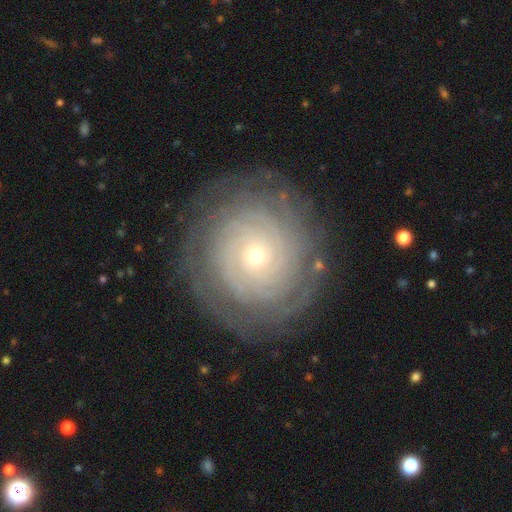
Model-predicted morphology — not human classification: Smooth or featured: featured or disk — 80% (smooth — 12%)
Edge-on disk: no — 97% (yes — 3%)
Bar: no — 83% (weak — 12%)
Spiral arms: yes — 95% (no — 5%)
Spiral winding: tight — 89% (medium — 9%)
Spiral arm count: can't tell — 37% (more than 4 — 16%)
Bulge size: small — 72% (moderate — 24%)
Merging: none — 85% (minor disturbance — 10%)